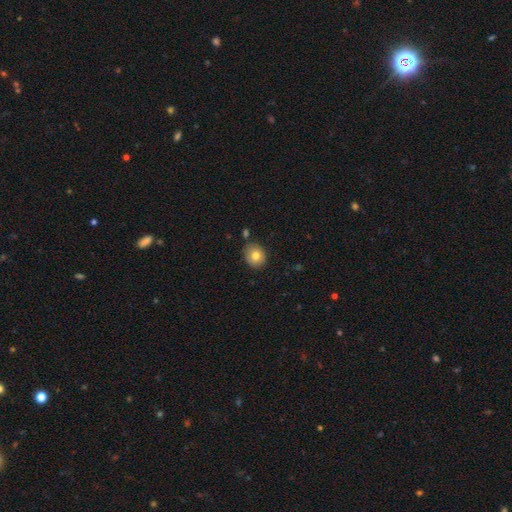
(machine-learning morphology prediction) This is likely a smooth galaxy (77%). How rounded: likely round (69%). Merging: clearly none (80%).